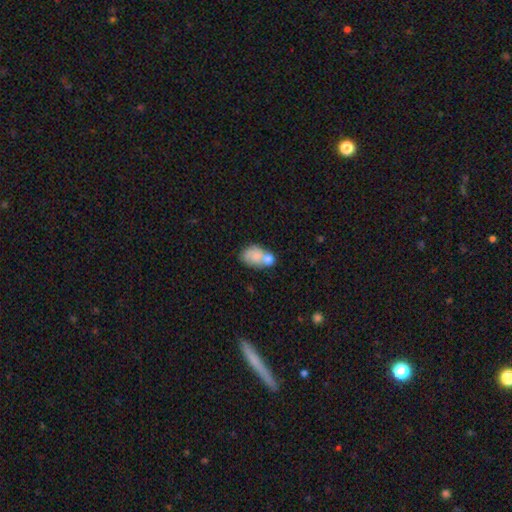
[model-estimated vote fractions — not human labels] The model was most divided on "merging": merger: 44%, none: 30%, minor disturbance: 17%, major disturbance: 8%. More confident: how rounded — in between (73%); smooth or featured — smooth (70%).